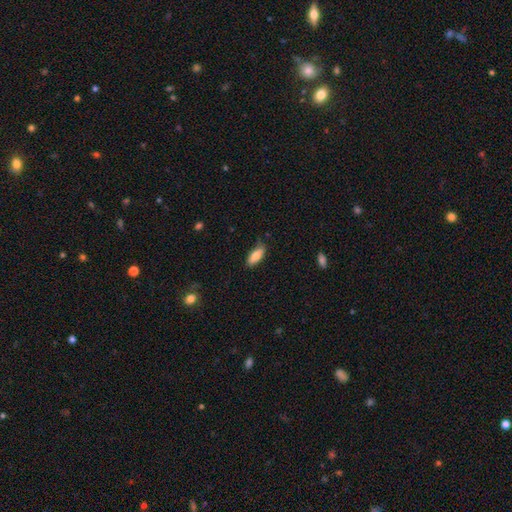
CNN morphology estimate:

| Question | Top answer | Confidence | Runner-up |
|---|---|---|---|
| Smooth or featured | smooth | 80% | featured or disk (14%) |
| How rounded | in between | 73% | cigar-shaped (25%) |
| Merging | none | 70% | minor disturbance (24%) |